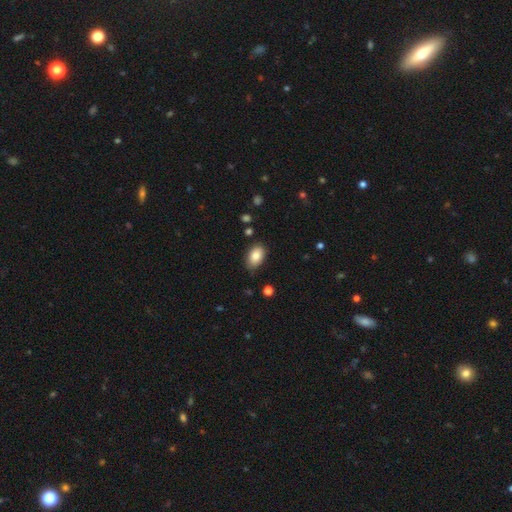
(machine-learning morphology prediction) Smooth or featured? smooth (84%)
How rounded? in between (90%)
Merging? none (82%)